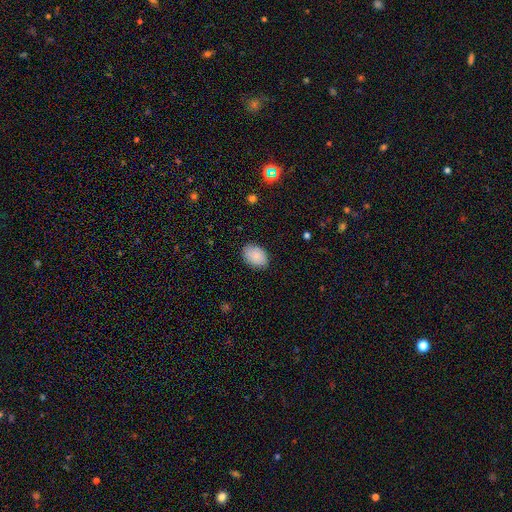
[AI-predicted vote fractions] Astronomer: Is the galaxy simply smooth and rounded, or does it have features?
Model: smooth — 87%.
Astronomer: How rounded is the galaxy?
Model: in between — 84%.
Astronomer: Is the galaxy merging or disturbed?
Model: none — 86%.